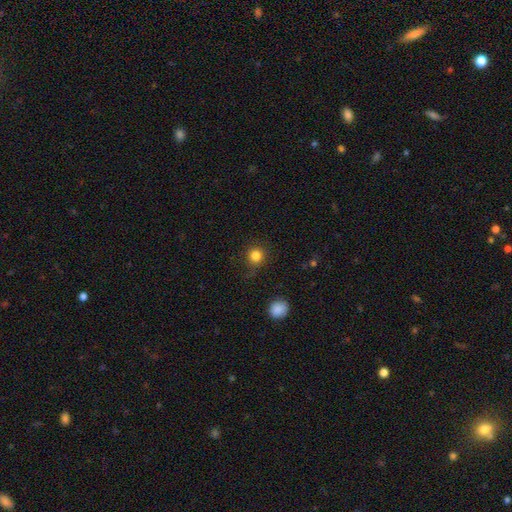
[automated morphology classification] The model was most divided on "merging": none: 80%, minor disturbance: 13%, major disturbance: 5%, merger: 2%. More confident: how rounded — round (91%); smooth or featured — smooth (83%).